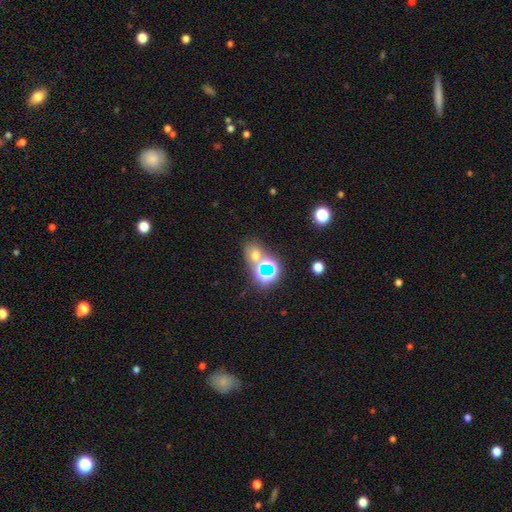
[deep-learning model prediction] This is possibly a smooth galaxy (48%). Merging: possibly none (53%).